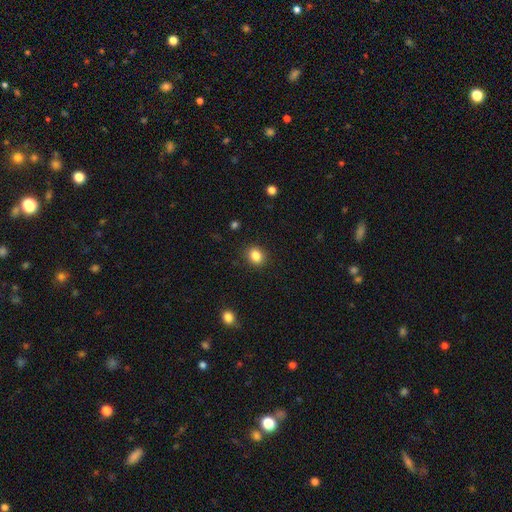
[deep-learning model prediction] Smooth or featured: smooth — 85% (star or artifact — 10%)
How rounded: round — 62% (in between — 37%)
Merging: none — 89% (minor disturbance — 7%)